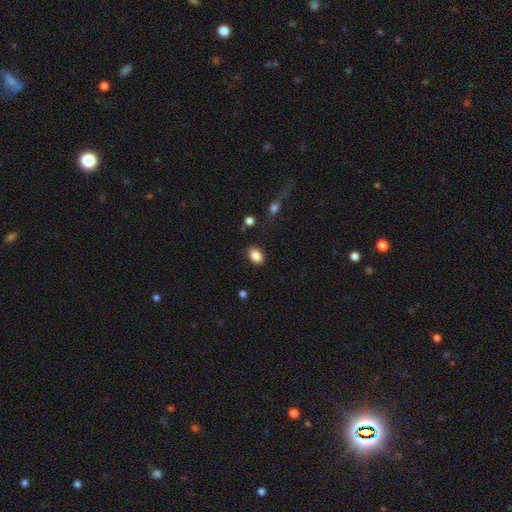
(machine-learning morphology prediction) smooth-or-featured: smooth: 87% | star or artifact: 8% | featured or disk: 5%
  how-rounded: in between: 76% | round: 23% | cigar-shaped: 1%
  merging: none: 85% | minor disturbance: 10% | major disturbance: 3% | merger: 2%